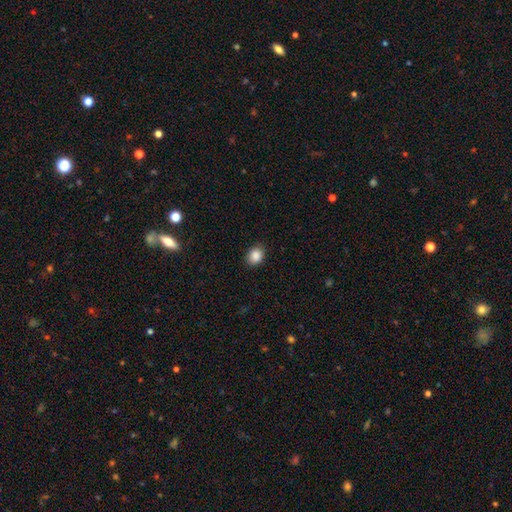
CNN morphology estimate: A smooth galaxy with no disk features (88%) that is in between round and cigar-shaped (53%).

Vote fractions:
- Smooth or featured? smooth: 88% / star or artifact: 9% / featured or disk: 3%
- How rounded? in between: 53% / round: 46% / cigar-shaped: 1%
- Merging? none: 88% / minor disturbance: 9% / major disturbance: 2% / merger: 1%